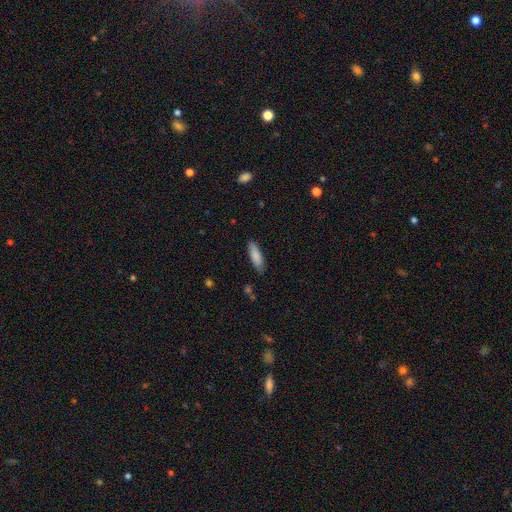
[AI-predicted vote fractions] The model was most divided on "how rounded": cigar-shaped: 53%, in between: 45%, round: 1%. More confident: smooth or featured — smooth (85%); merging — none (85%).